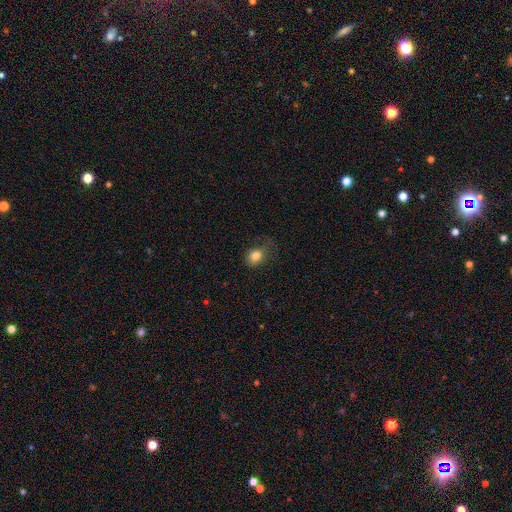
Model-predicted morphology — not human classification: A smooth galaxy with no disk features (82%) that is in between round and cigar-shaped (61%). Merging: none (60%).